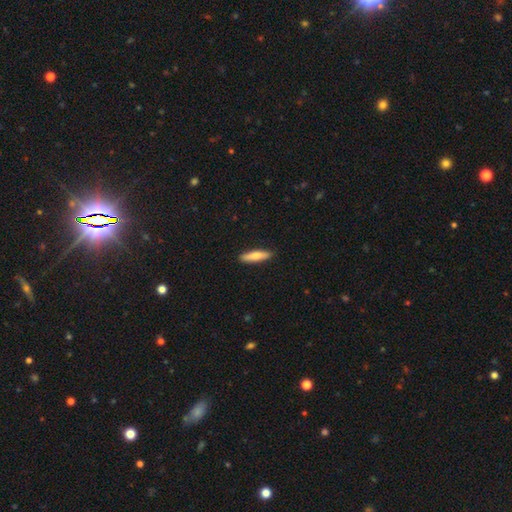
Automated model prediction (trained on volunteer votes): Smooth or featured? Predicted: smooth (p=0.74). How rounded? Predicted: cigar-shaped (p=0.78). Merging? Predicted: none (p=0.90).